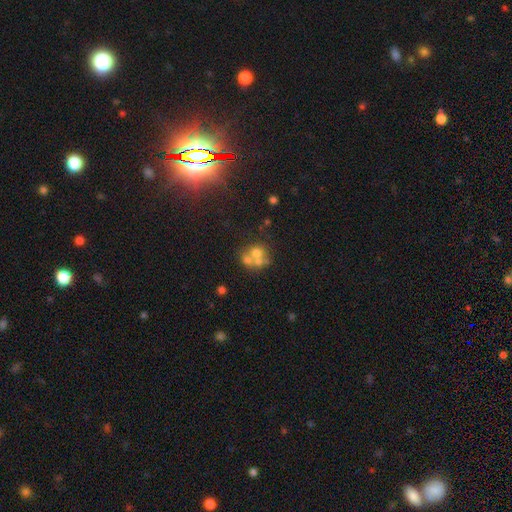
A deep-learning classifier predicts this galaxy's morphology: type=smooth (52%); roundness=round (73%); merging=merger (53%).